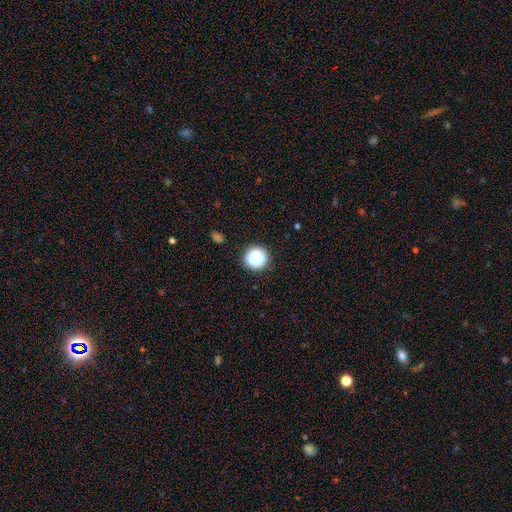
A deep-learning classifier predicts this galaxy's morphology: type=smooth (81%); roundness=round (95%); merging=none (86%).